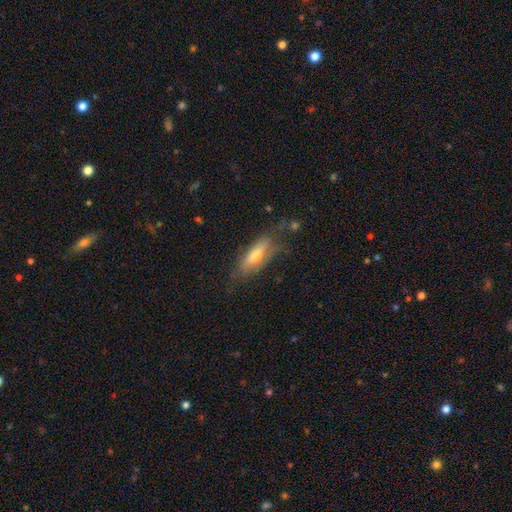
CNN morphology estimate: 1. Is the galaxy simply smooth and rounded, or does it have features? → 57% smooth, 36% featured or disk, 7% star or artifact.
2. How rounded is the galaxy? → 60% in between, 37% cigar-shaped, 3% round.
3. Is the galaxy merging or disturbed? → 59% none, 25% minor disturbance, 13% major disturbance, 2% merger.